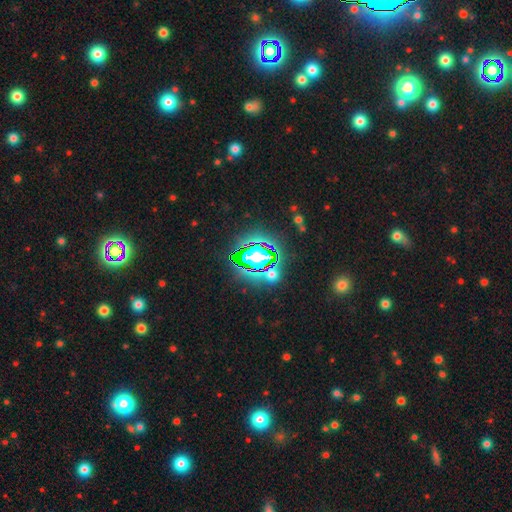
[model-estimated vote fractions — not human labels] A star or artifact, not a galaxy (81%).

Vote fractions:
- Smooth or featured? star or artifact: 81% / smooth: 12% / featured or disk: 7%